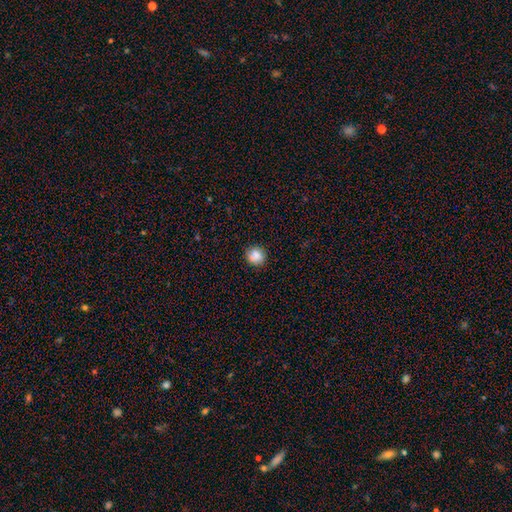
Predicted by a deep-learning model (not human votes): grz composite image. It shows a smooth galaxy with no disk features (83%) that is round (86%). Merging: none (81%).